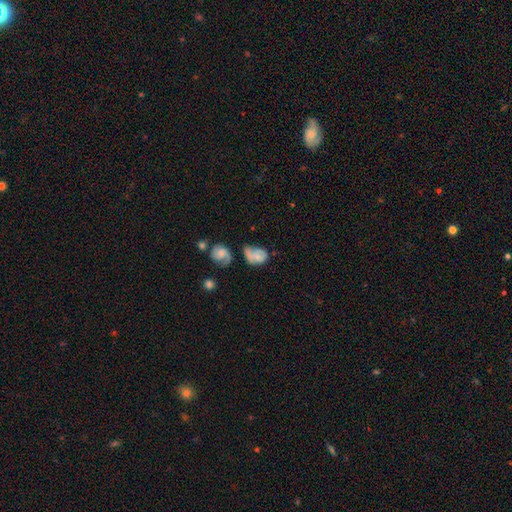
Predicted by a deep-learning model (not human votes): smooth 48%, featured or disk 42%, star or artifact 9%. Down the decision tree: merging — major disturbance (32%).